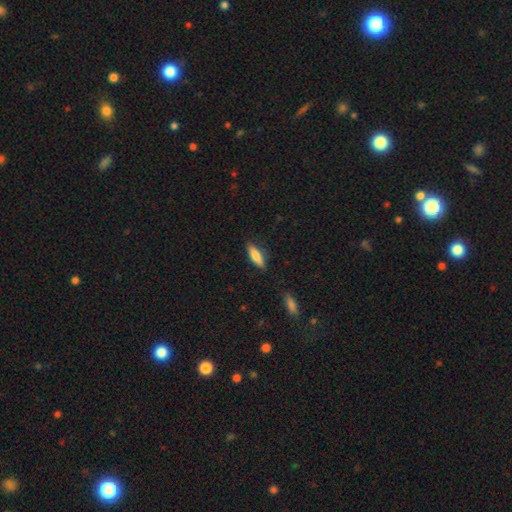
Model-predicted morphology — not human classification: A smooth galaxy with no disk features (73%) that is cigar-shaped (54%). Merging: none (85%).